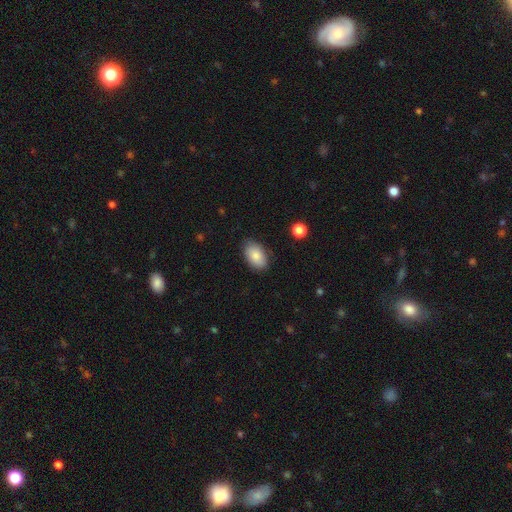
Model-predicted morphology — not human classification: This is clearly a smooth galaxy (85%). How rounded: clearly in between (93%). Merging: clearly none (83%).